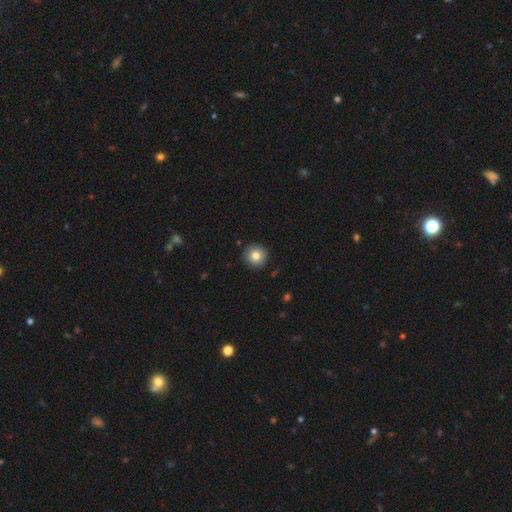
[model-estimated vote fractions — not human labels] A smooth galaxy with no disk features (82%) that is round (95%).

Vote fractions:
- Smooth or featured? smooth: 82% / star or artifact: 9% / featured or disk: 8%
- How rounded? round: 95% / in between: 4% / cigar-shaped: 1%
- Merging? none: 91% / minor disturbance: 6% / major disturbance: 2% / merger: 1%